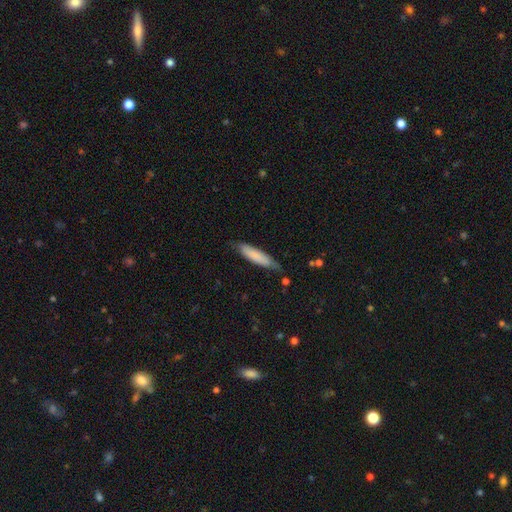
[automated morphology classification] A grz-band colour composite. It shows a smooth galaxy with no disk features (79%) that is cigar-shaped (76%). Merging: none (71%).